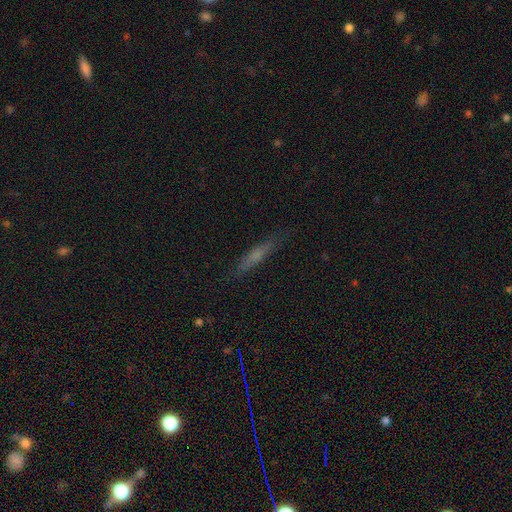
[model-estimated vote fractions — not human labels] Overall: smooth (49%; featured or disk 39%). Merging: none (83%).